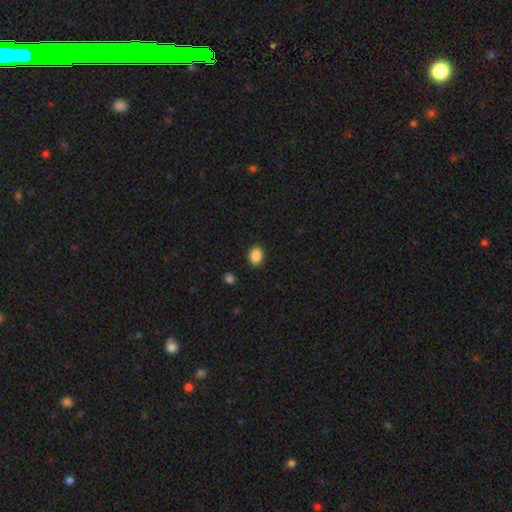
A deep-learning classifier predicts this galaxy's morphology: A smooth galaxy with no disk features (88%) that is in between round and cigar-shaped (57%). Merging: none (89%).